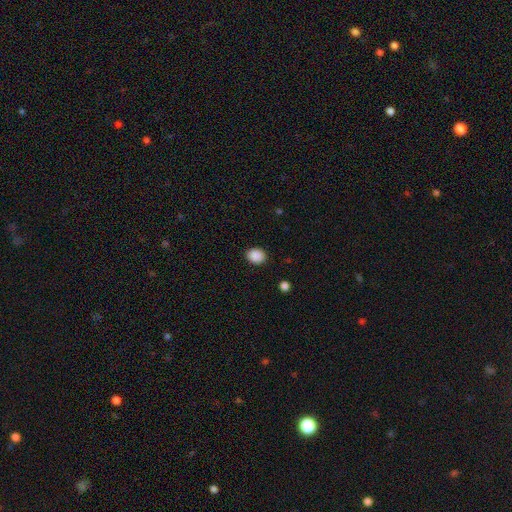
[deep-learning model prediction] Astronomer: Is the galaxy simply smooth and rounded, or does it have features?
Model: smooth — 89%.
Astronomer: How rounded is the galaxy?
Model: round — 51% (runner-up: in between, 49%).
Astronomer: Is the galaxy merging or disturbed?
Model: none — 89%.